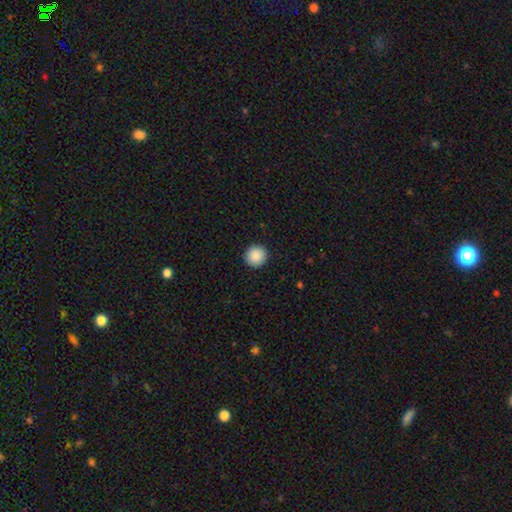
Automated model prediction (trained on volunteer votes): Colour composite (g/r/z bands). It shows a smooth galaxy with no disk features (89%) that is round (95%). Merging: none (93%).